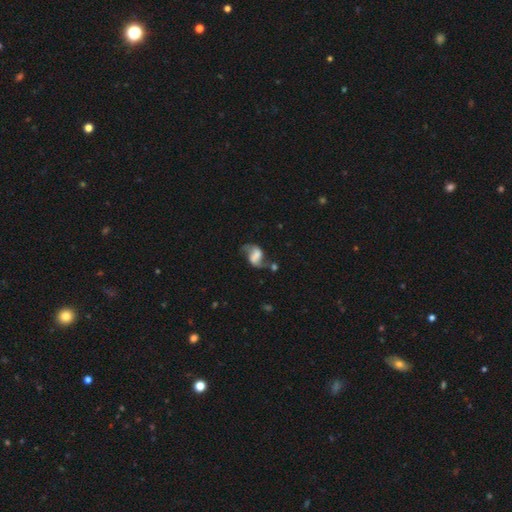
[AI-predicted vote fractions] Smooth or featured: featured or disk — 72% (smooth — 19%)
Edge-on disk: no — 97% (yes — 3%)
Bar: weak — 41% (strong — 30%)
Spiral arms: yes — 91% (no — 9%)
Spiral winding: loose — 66% (medium — 27%)
Spiral arm count: 2 — 89% (1 — 5%)
Bulge size: none — 38% (large — 20%)
Merging: none — 52% (minor disturbance — 21%)